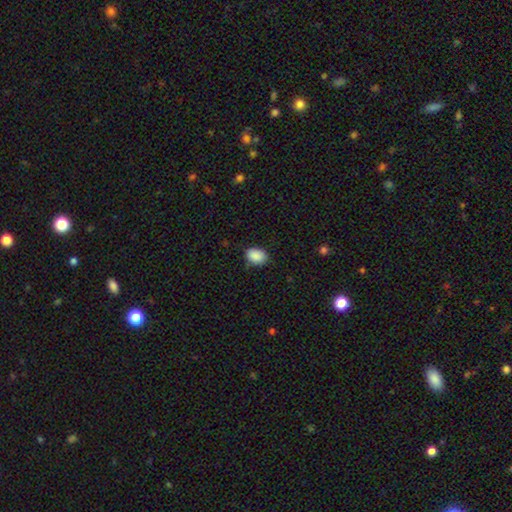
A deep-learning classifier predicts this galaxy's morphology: smooth_or_featured: smooth (p=0.89) [alt: star or artifact p=0.08]
how_rounded: in between (p=0.76) [alt: round p=0.23]
merging: none (p=0.80) [alt: minor disturbance p=0.15]